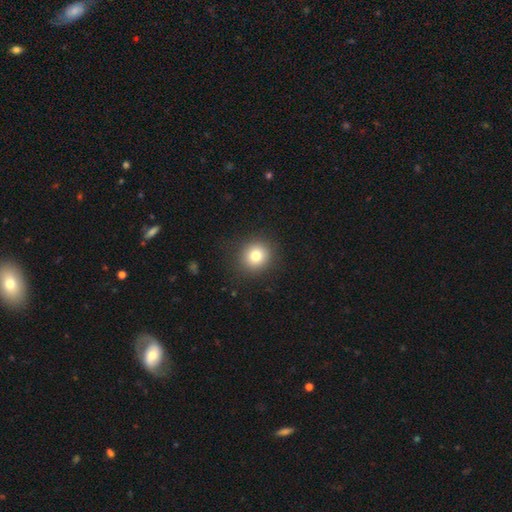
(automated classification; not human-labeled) Morphology: type=smooth (79%); roundness=round (89%); merging=none (89%).